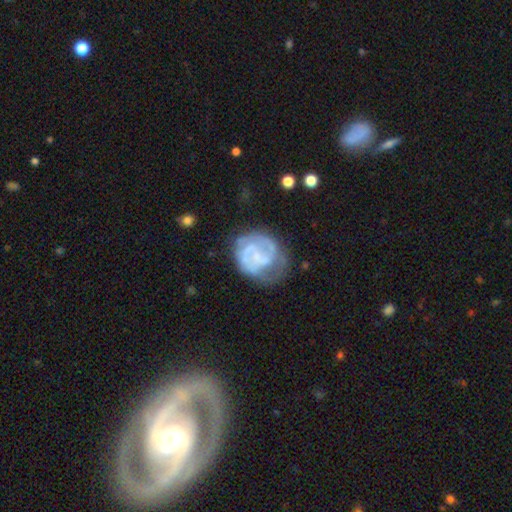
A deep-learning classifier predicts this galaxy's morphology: smooth_or_featured: featured or disk (p=0.70) [alt: smooth p=0.23]
disk_edge_on: no (p=0.98) [alt: yes p=0.02]
bar: no (p=0.60) [alt: weak p=0.31]
has_spiral_arms: yes (p=0.76) [alt: no p=0.24]
spiral_winding: tight (p=0.47) [alt: medium p=0.38]
spiral_arm_count: 2 (p=0.40) [alt: can't tell p=0.33]
bulge_size: none (p=0.45) [alt: small p=0.34]
merging: none (p=0.52) [alt: minor disturbance p=0.25]